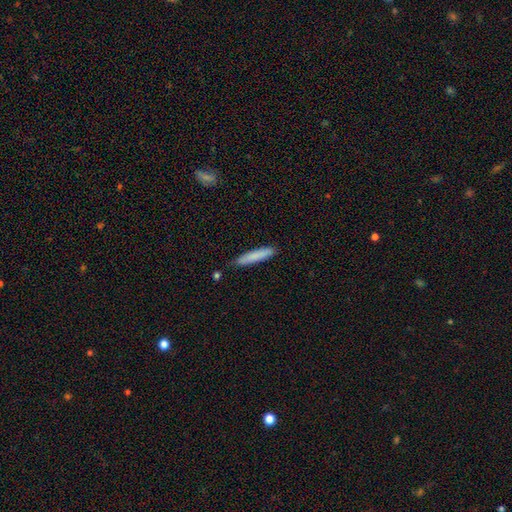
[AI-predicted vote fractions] Q: Smooth or featured?
A: smooth (81%); runner-up: featured or disk (13%)
Q: How rounded?
A: cigar-shaped (91%); runner-up: in between (7%)
Q: Merging?
A: none (83%); runner-up: minor disturbance (13%)